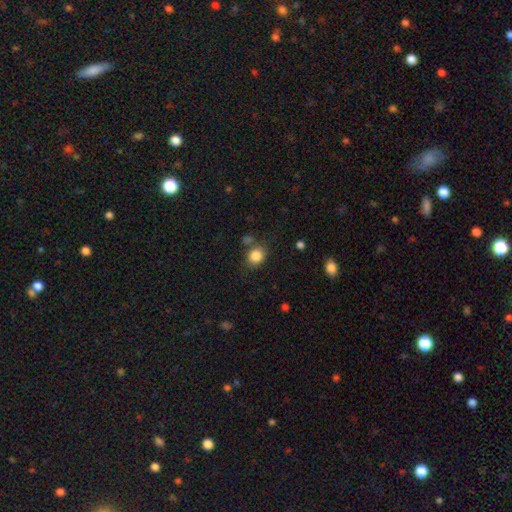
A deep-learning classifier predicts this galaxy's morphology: A smooth galaxy with no disk features (85%) that is round (61%).

Vote fractions:
- Smooth or featured? smooth: 85% / star or artifact: 10% / featured or disk: 5%
- How rounded? round: 61% / in between: 38% / cigar-shaped: 1%
- Merging? none: 72% / minor disturbance: 14% / merger: 9% / major disturbance: 5%